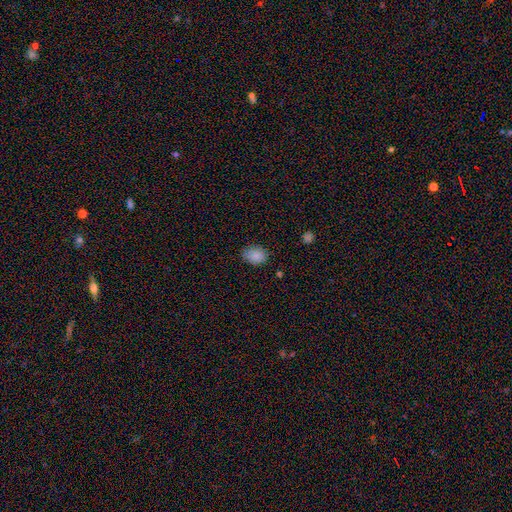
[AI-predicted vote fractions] Q: Smooth or featured?
A: smooth (86%); runner-up: star or artifact (9%)
Q: How rounded?
A: in between (56%); runner-up: round (43%)
Q: Merging?
A: none (75%); runner-up: minor disturbance (20%)